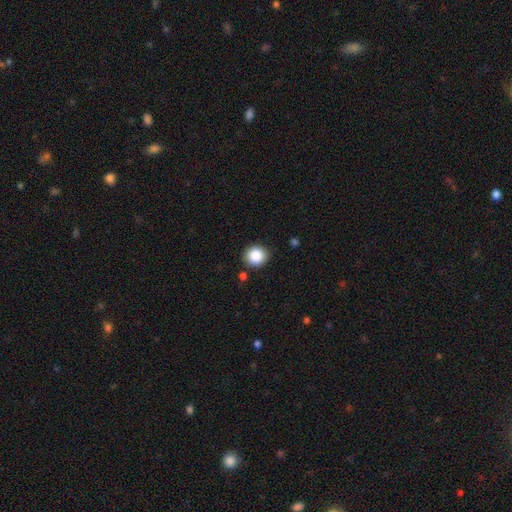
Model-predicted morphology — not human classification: Q: Smooth or featured?
A: smooth (87%); runner-up: star or artifact (9%)
Q: How rounded?
A: round (86%); runner-up: in between (13%)
Q: Merging?
A: none (86%); runner-up: minor disturbance (9%)